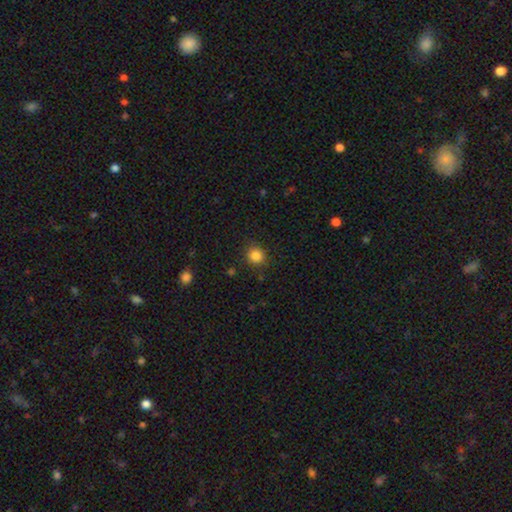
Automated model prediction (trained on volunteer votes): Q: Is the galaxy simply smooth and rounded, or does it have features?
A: smooth — 84%.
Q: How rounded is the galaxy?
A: round — 86%.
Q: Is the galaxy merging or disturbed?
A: none — 88%.